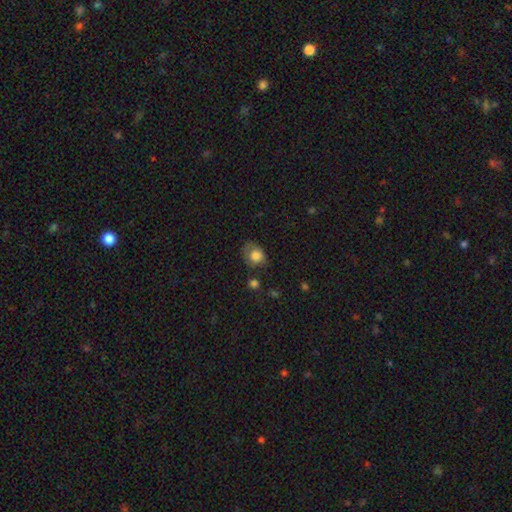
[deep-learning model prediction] Smooth or featured? smooth (78%)
How rounded? round (57%)
Merging? none (50%)